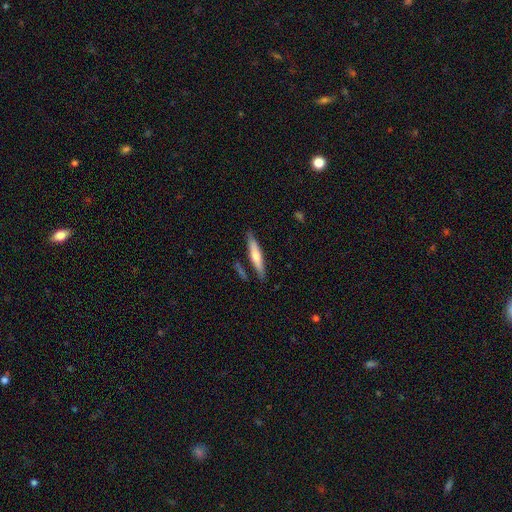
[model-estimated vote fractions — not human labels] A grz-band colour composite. It shows a smooth galaxy with no disk features (54%) that is cigar-shaped (89%). Merging: none (82%).